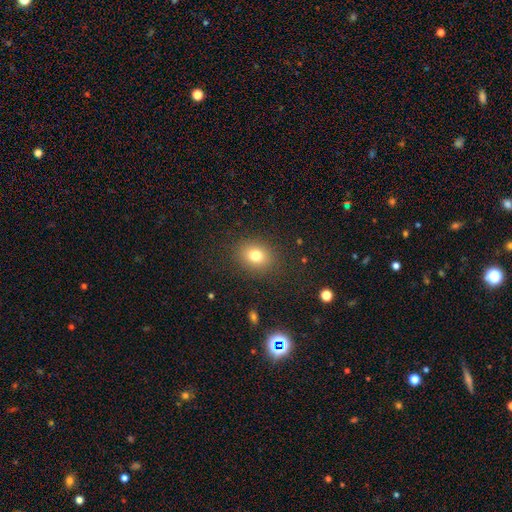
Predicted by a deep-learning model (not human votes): This is likely a smooth galaxy (78%). How rounded: possibly round (56%). Merging: clearly none (87%).